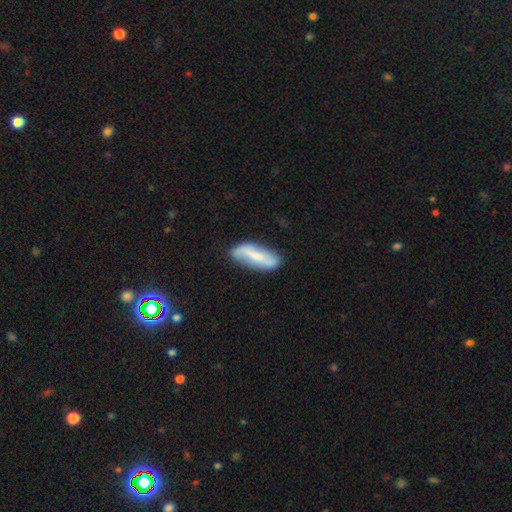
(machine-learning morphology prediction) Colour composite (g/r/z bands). It shows a smooth galaxy with no disk features (51%) that is in between round and cigar-shaped (61%). Merging: none (71%).